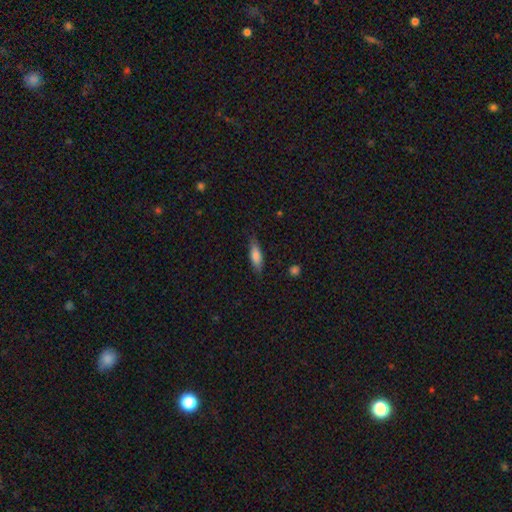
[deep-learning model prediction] Q: Smooth or featured?
A: smooth (77%); runner-up: featured or disk (17%)
Q: How rounded?
A: in between (54%); runner-up: cigar-shaped (44%)
Q: Merging?
A: none (81%); runner-up: minor disturbance (15%)